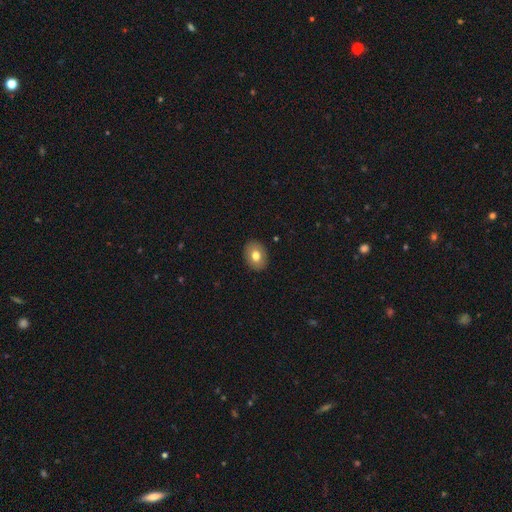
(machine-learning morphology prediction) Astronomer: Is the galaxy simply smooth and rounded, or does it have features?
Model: smooth — 74%.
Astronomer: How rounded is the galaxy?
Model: in between — 63%.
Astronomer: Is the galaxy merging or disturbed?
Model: none — 89%.